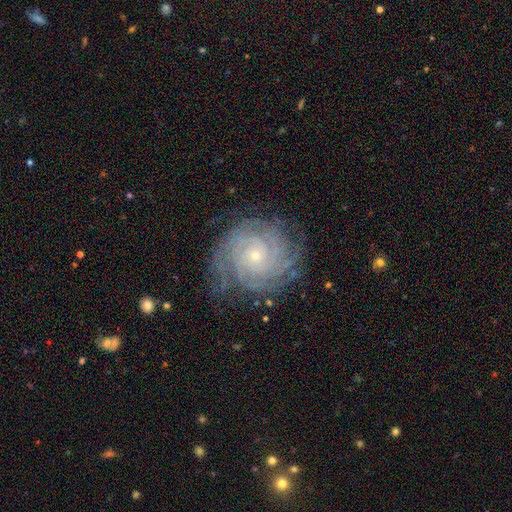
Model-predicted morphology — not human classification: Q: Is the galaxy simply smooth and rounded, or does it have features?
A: featured or disk — 87%.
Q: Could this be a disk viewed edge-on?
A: no — 98%.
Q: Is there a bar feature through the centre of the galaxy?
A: no — 80%.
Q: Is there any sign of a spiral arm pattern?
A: yes — 98%.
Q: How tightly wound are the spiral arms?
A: tight — 83%.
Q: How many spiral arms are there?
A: can't tell — 25%, tied with 4.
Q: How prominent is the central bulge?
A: small — 82%.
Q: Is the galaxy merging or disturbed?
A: none — 77%.